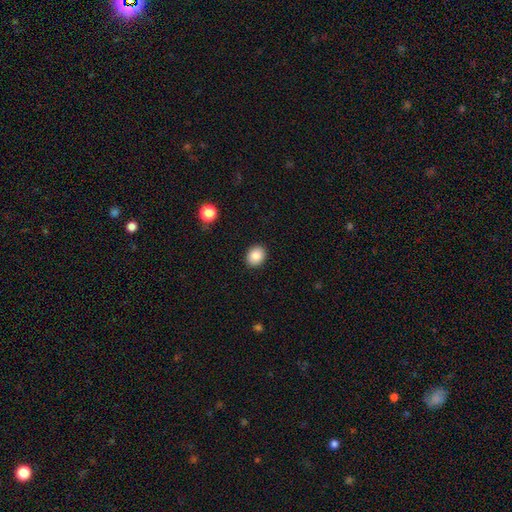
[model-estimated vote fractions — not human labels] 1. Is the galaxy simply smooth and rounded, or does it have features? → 86% smooth, 9% star or artifact, 5% featured or disk.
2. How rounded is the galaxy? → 59% round, 41% in between, 1% cigar-shaped.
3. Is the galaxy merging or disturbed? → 91% none, 6% minor disturbance, 2% major disturbance, 1% merger.